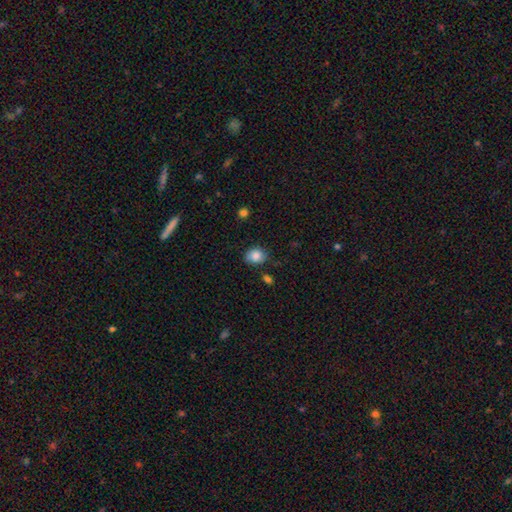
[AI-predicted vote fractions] Q: Smooth or featured?
A: smooth (84%); runner-up: star or artifact (9%)
Q: How rounded?
A: round (51%); runner-up: in between (48%)
Q: Merging?
A: none (73%); runner-up: minor disturbance (20%)